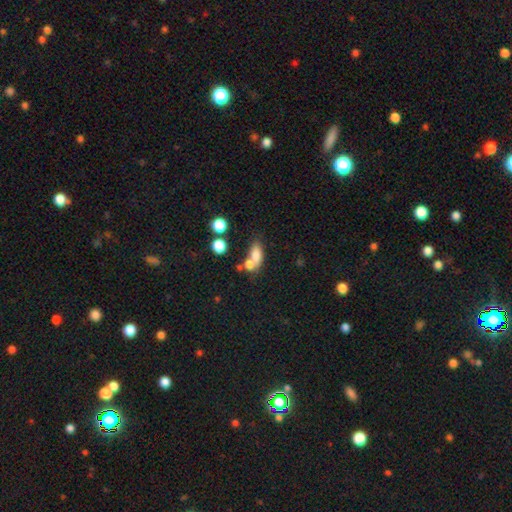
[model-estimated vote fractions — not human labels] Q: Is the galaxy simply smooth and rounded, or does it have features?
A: smooth — 74%.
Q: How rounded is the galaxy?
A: in between — 76%.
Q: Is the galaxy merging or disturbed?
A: merger — 42%.